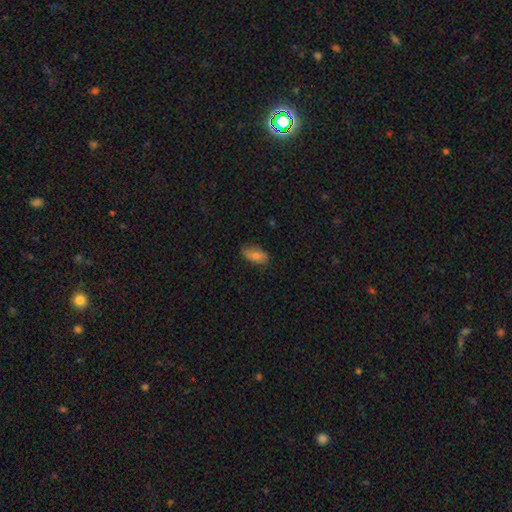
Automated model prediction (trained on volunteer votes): Smooth or featured: smooth — 73% (featured or disk — 18%)
How rounded: in between — 89% (cigar-shaped — 7%)
Merging: none — 81% (minor disturbance — 15%)